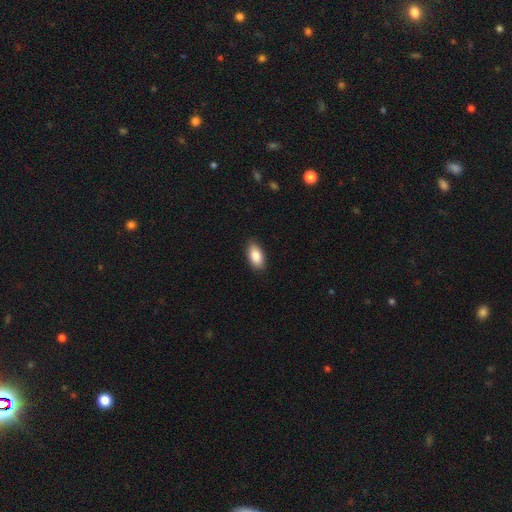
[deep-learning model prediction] smooth_or_featured: smooth (p=0.88) [alt: star or artifact p=0.06]
how_rounded: in between (p=0.92) [alt: cigar-shaped p=0.05]
merging: none (p=0.86) [alt: minor disturbance p=0.11]